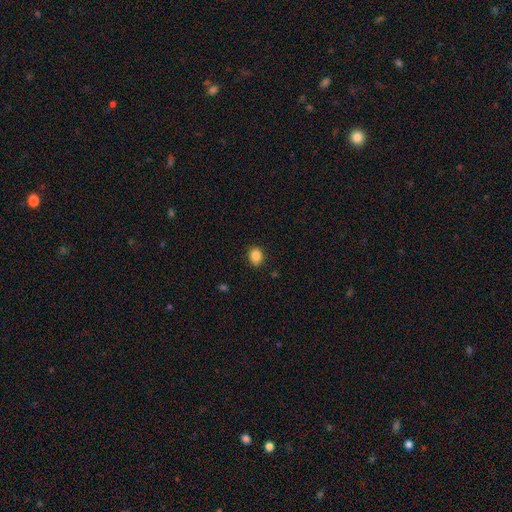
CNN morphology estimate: This appears to be a smooth galaxy with no disk features (88%) that is in between round and cigar-shaped (57%). Merging: none (87%).